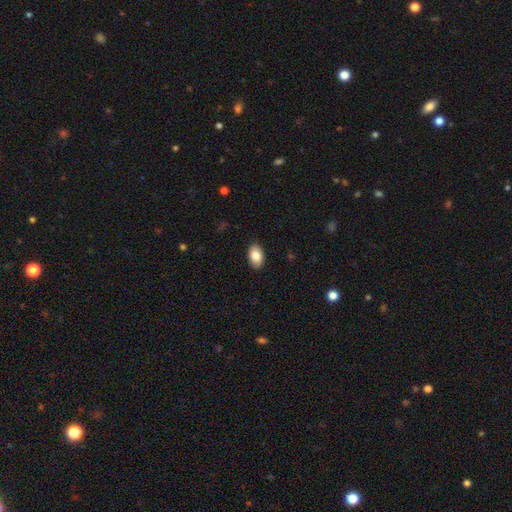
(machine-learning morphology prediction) smooth-or-featured: smooth: 85% | featured or disk: 8% | star or artifact: 7%
  how-rounded: in between: 91% | round: 8% | cigar-shaped: 1%
  merging: none: 89% | minor disturbance: 8% | major disturbance: 2% | merger: 1%